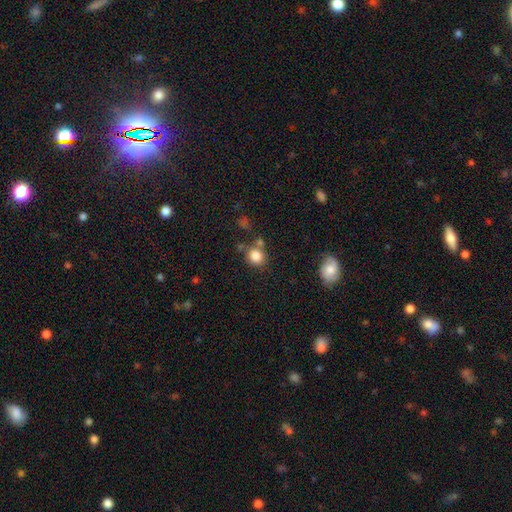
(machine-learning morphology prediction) Smooth or featured? Predicted: smooth (p=0.84). How rounded? Predicted: round (p=0.82). Merging? Predicted: none (p=0.67).